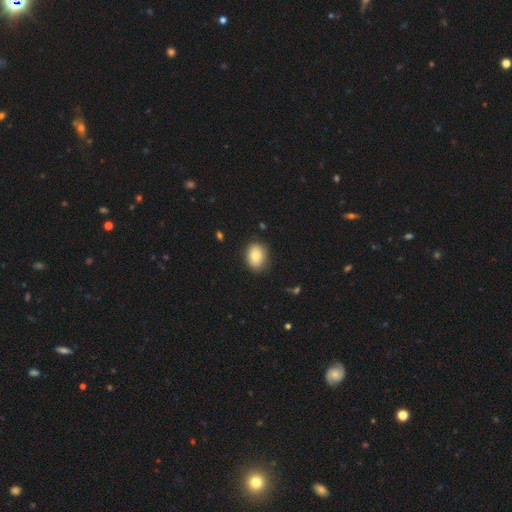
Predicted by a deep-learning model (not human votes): This appears to be a smooth galaxy with no disk features (81%) that is in between round and cigar-shaped (63%). Merging: none (85%).